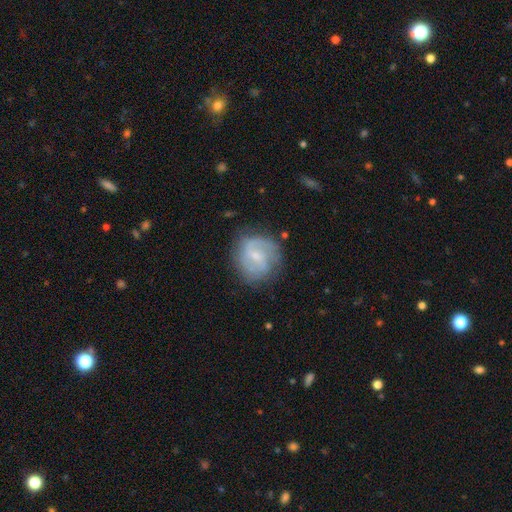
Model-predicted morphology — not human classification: This appears to be a featured or disk galaxy (69%) with a weak bar (58%), 2 (66%) medium (45%) spiral arms (89%) and a small central bulge (64%). Merging: none (71%).